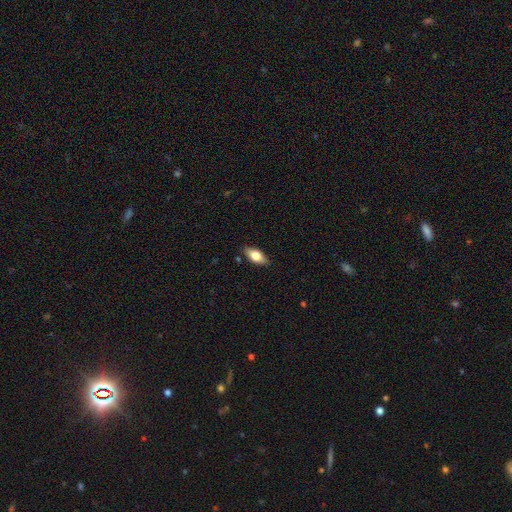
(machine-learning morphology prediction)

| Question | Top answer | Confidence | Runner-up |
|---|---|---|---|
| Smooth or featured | smooth | 72% | featured or disk (21%) |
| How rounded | in between | 84% | cigar-shaped (13%) |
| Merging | none | 85% | minor disturbance (12%) |